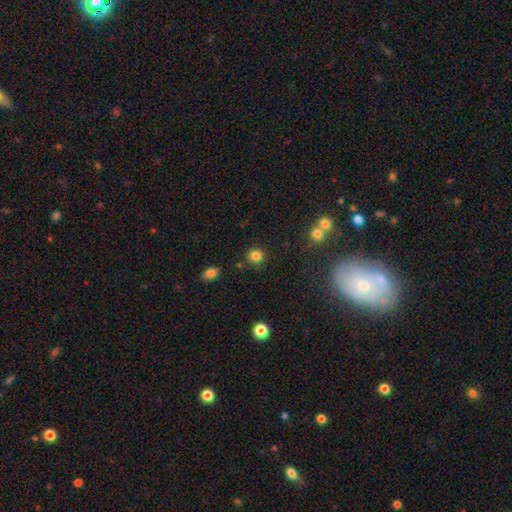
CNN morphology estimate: The model was most divided on "smooth or featured": smooth: 83%, star or artifact: 13%, featured or disk: 5%. More confident: how rounded — round (90%); merging — none (86%).